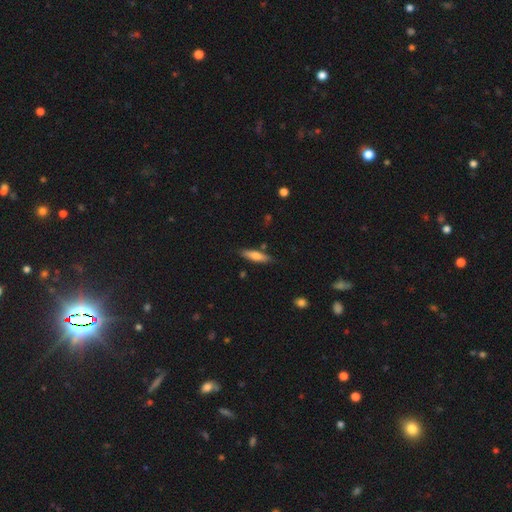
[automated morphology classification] A smooth galaxy with no disk features (66%) that is cigar-shaped (70%). Merging: none (81%).